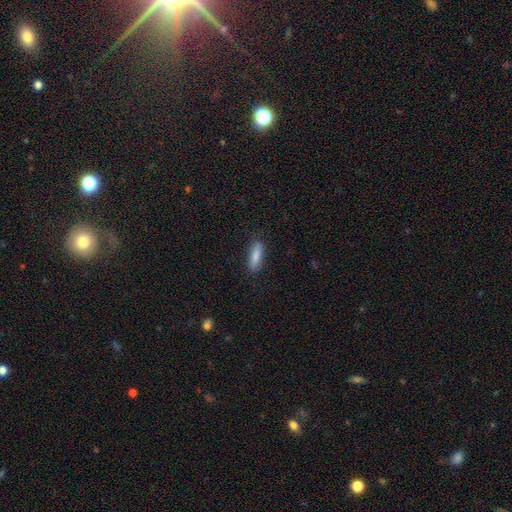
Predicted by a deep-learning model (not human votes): This is clearly a smooth galaxy (83%). How rounded: possibly cigar-shaped (54%). Merging: clearly none (86%).